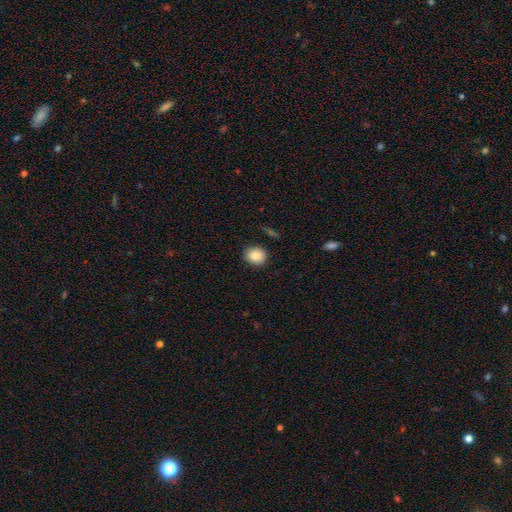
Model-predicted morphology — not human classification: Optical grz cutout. It shows a smooth galaxy with no disk features (87%) that is round (72%). Merging: none (89%).